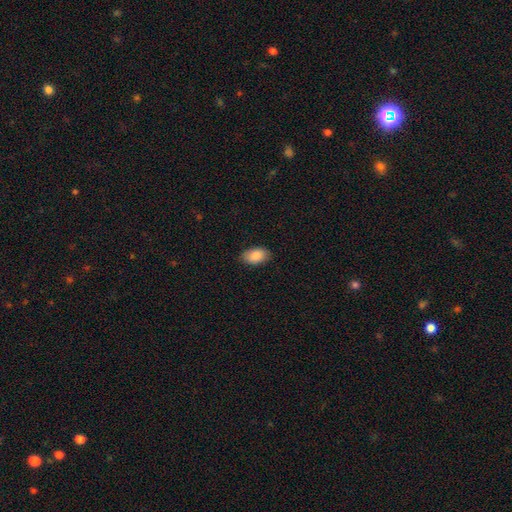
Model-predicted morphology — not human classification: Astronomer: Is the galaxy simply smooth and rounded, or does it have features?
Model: smooth — 89%.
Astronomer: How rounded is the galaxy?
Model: in between — 92%.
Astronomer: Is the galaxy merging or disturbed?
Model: none — 85%.